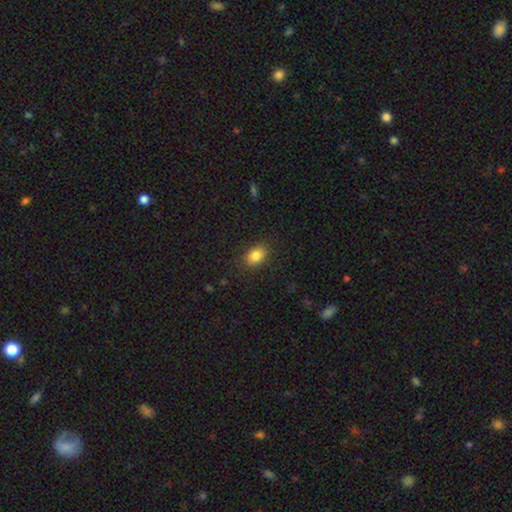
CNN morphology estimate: smooth-or-featured: smooth: 85% | star or artifact: 9% | featured or disk: 6%
  how-rounded: in between: 77% | round: 22% | cigar-shaped: 1%
  merging: none: 86% | minor disturbance: 10% | major disturbance: 3% | merger: 1%